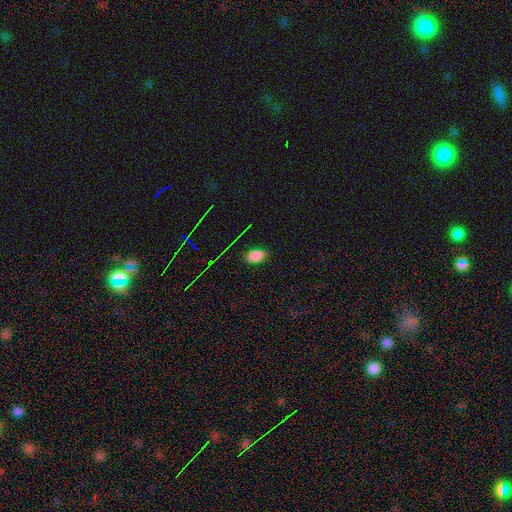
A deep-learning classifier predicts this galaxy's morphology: smooth 78%, star or artifact 15%, featured or disk 7%. Down the decision tree: how rounded — in between (88%); merging — none (81%).